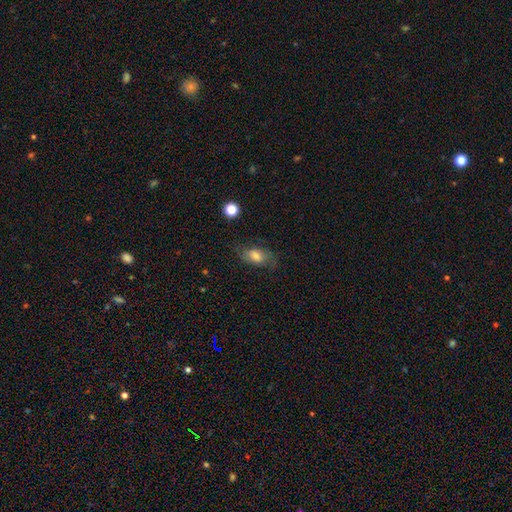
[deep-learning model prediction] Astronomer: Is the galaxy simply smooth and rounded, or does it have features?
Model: smooth — 66%.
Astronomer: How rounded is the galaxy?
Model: in between — 85%.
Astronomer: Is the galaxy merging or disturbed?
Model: none — 66%.